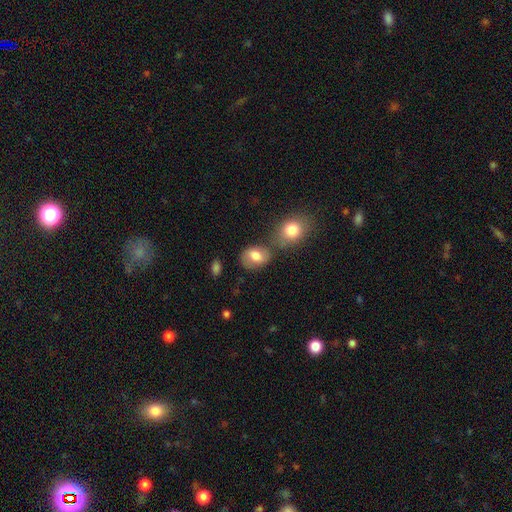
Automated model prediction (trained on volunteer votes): Smooth or featured? smooth (74%)
How rounded? in between (68%)
Merging? none (56%)